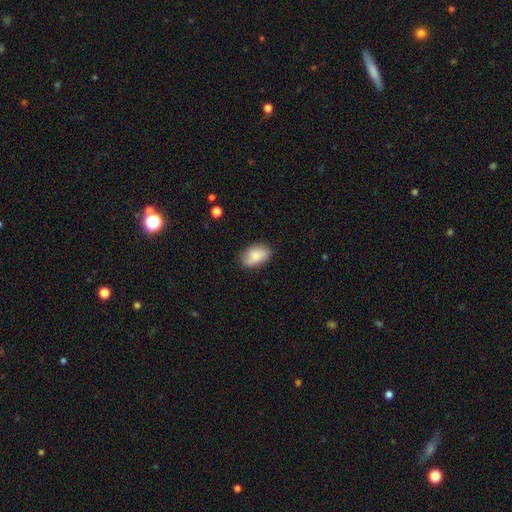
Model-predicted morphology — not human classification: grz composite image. It shows a smooth galaxy with no disk features (80%) that is in between round and cigar-shaped (90%). Merging: none (77%).